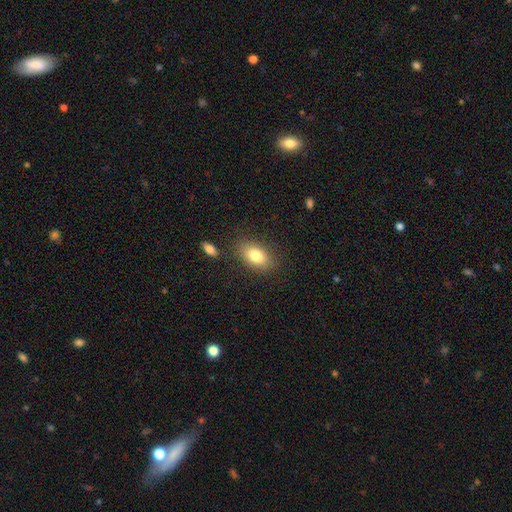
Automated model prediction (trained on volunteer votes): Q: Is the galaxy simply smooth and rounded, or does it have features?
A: smooth — 81%.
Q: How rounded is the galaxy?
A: in between — 87%.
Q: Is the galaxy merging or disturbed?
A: none — 81%.